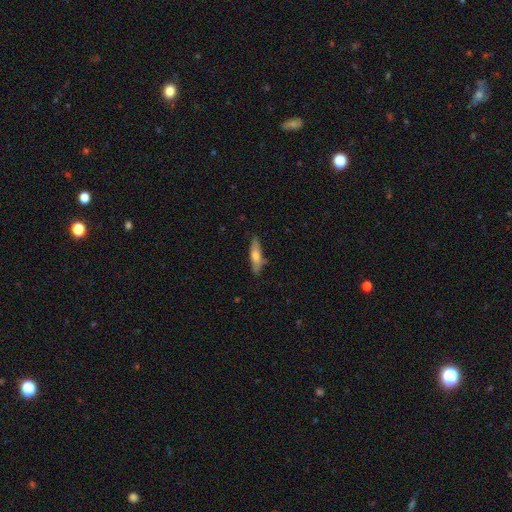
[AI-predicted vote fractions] This is likely a smooth galaxy (63%). How rounded: likely cigar-shaped (68%). Merging: likely none (78%).